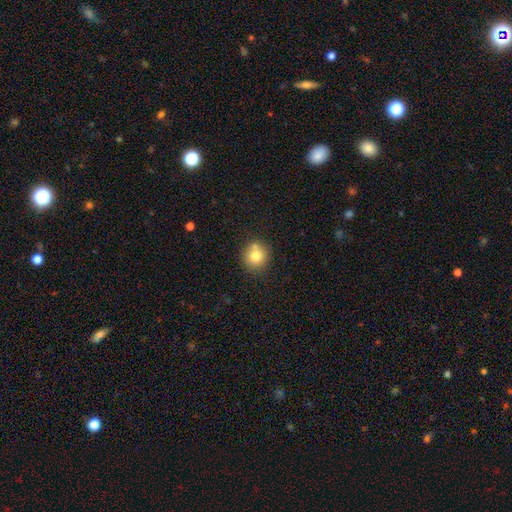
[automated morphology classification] This appears to be a smooth galaxy with no disk features (77%) that is round (89%). Merging: none (67%).